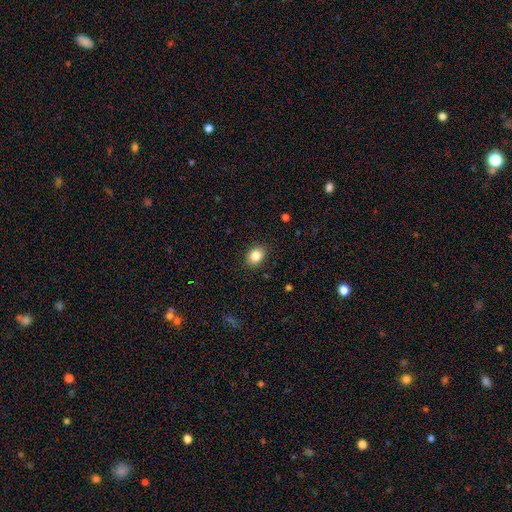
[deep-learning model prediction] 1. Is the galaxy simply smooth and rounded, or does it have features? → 84% smooth, 10% star or artifact, 6% featured or disk.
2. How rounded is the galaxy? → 55% in between, 44% round, 1% cigar-shaped.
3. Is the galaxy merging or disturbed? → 89% none, 8% minor disturbance, 2% major disturbance, 1% merger.